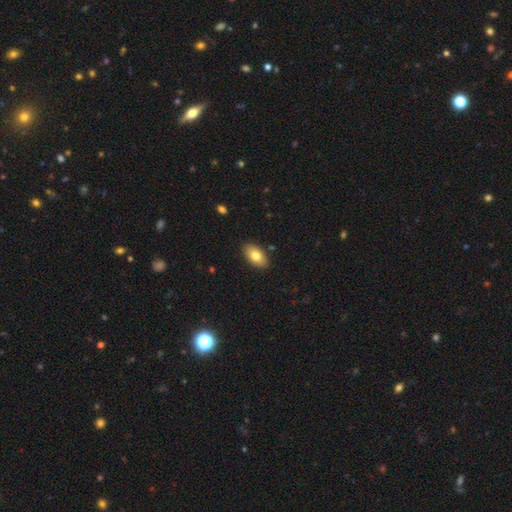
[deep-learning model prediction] Overall: smooth (78%). How rounded: in between (93%). Merging: none (88%).